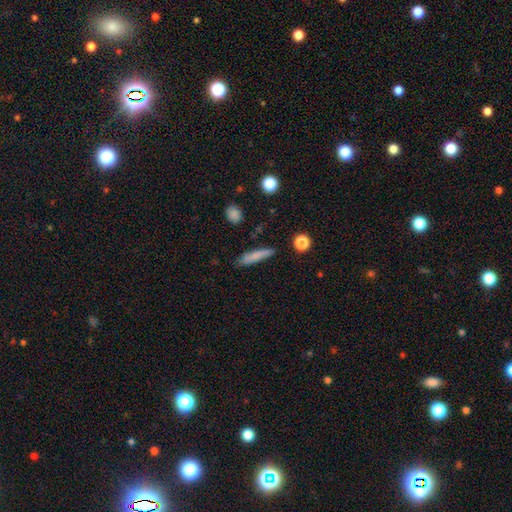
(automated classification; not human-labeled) Smooth or featured? smooth (76%)
How rounded? cigar-shaped (87%)
Merging? none (80%)